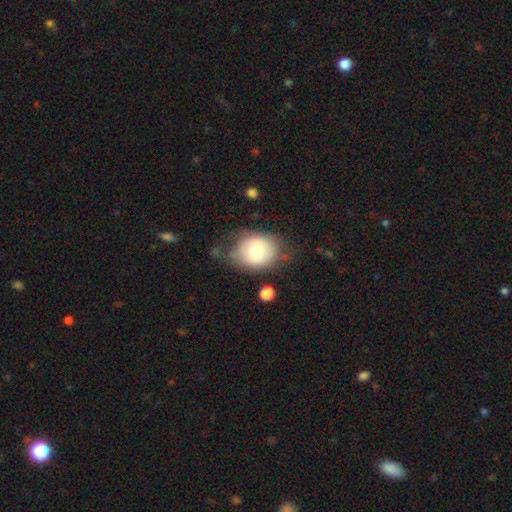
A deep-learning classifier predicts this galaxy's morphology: Smooth or featured: smooth — 63% (featured or disk — 28%)
How rounded: round — 57% (in between — 42%)
Merging: none — 61% (minor disturbance — 26%)